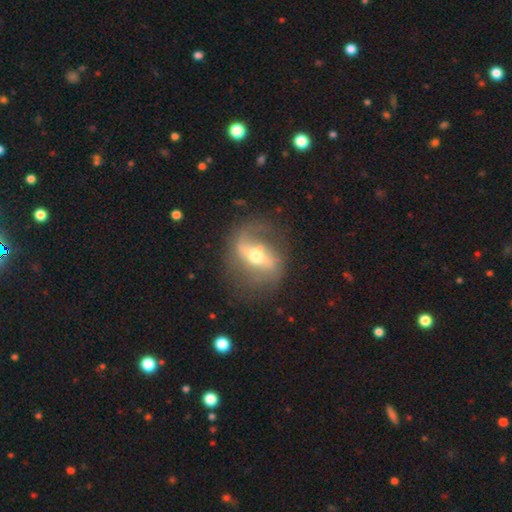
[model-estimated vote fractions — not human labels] Morphology: type=featured or disk (82%); edge-on=no (91%); bar=strong (56%); spiral arms=yes (84%); winding=loose (55%); arm count=2 (79%); bulge=moderate (65%); merging=none (70%).